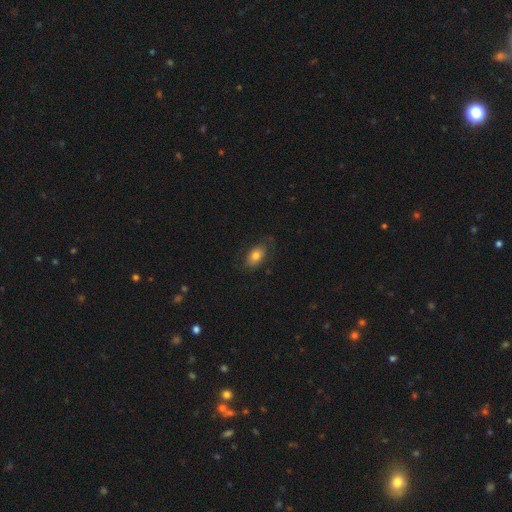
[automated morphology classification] A smooth galaxy with no disk features (75%) that is in between round and cigar-shaped (89%).

Vote fractions:
- Smooth or featured? smooth: 75% / featured or disk: 17% / star or artifact: 8%
- How rounded? in between: 89% / round: 8% / cigar-shaped: 3%
- Merging? none: 75% / minor disturbance: 18% / major disturbance: 6% / merger: 1%